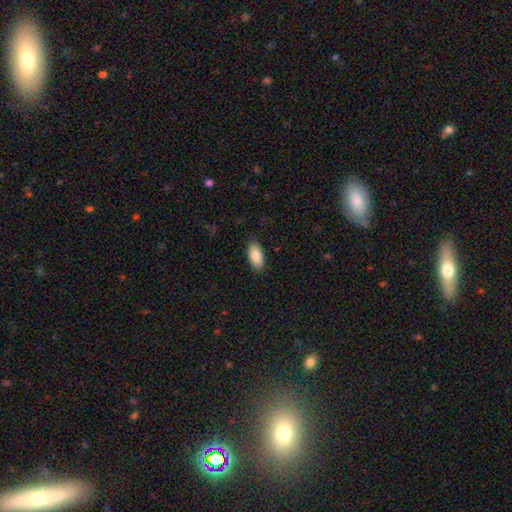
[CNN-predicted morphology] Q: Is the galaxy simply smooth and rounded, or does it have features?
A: smooth — 87%.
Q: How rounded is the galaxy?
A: in between — 91%.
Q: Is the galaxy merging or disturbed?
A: none — 88%.